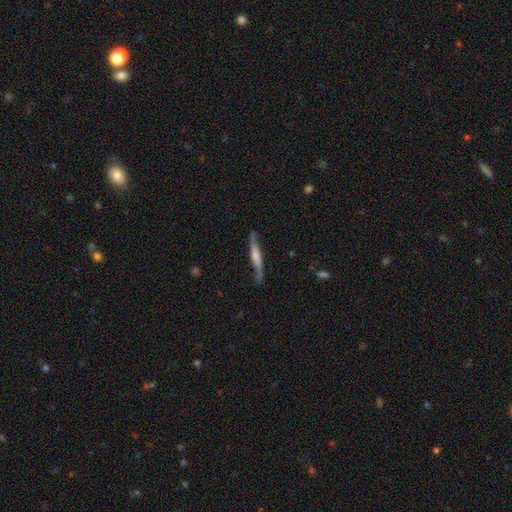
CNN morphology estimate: The model was most divided on "edge-on bulge": rounded: 57%, none: 22%, boxy: 21%. More confident: edge-on disk — yes (86%); merging — none (78%); smooth or featured — featured or disk (69%).